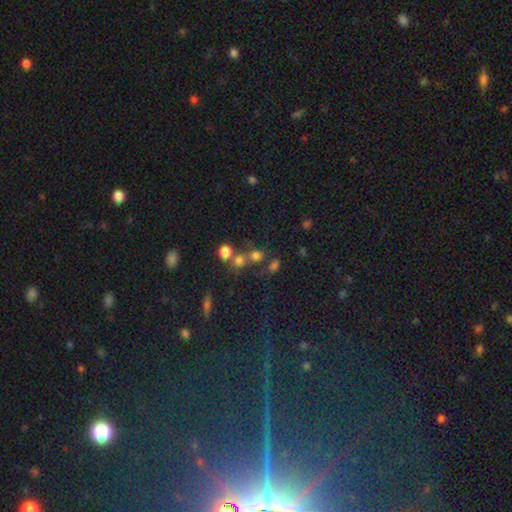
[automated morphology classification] type=smooth (68%); roundness=round (76%); merging=none (51%).